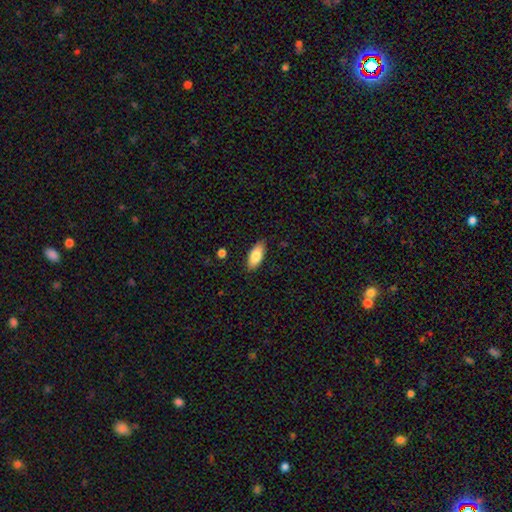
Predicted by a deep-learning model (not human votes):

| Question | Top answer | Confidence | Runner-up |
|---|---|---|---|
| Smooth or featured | smooth | 82% | featured or disk (12%) |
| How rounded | in between | 88% | cigar-shaped (10%) |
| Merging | none | 86% | minor disturbance (11%) |